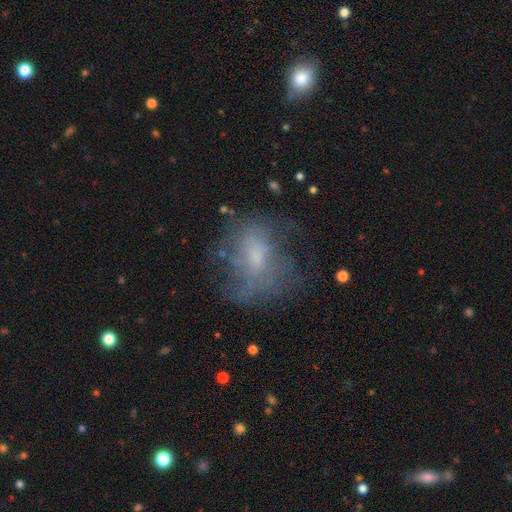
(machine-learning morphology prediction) This is marginally a smooth galaxy (43%, tied with featured or disk). Merging: possibly none (50%).